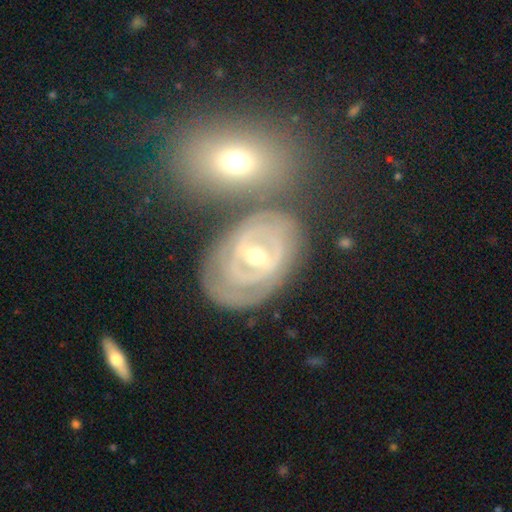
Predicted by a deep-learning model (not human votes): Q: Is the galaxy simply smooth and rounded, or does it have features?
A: featured or disk — 82%.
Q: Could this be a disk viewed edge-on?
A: no — 94%.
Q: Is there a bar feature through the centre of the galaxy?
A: weak — 44%.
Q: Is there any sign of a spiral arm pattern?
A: yes — 83%.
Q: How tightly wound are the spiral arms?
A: tight — 73%.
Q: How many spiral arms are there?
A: can't tell — 40%.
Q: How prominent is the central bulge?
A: moderate — 56%.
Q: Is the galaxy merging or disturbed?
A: none — 61%.